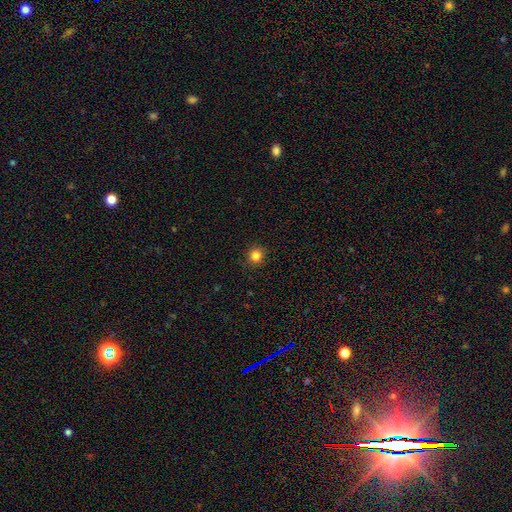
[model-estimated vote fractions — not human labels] Morphology: type=smooth (84%); roundness=round (90%); merging=none (90%).